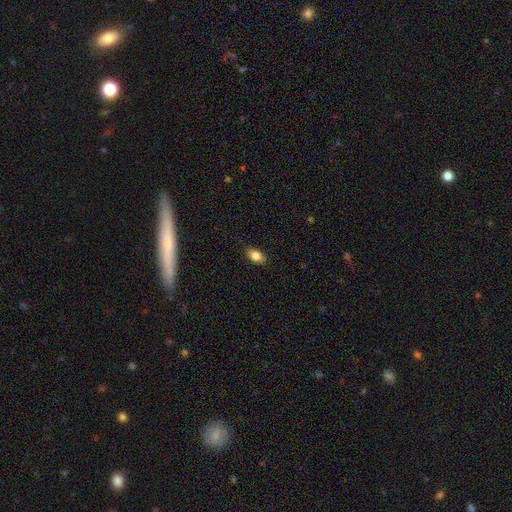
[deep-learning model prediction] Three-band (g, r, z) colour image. It shows a smooth galaxy with no disk features (83%) that is in between round and cigar-shaped (86%). Merging: none (83%).